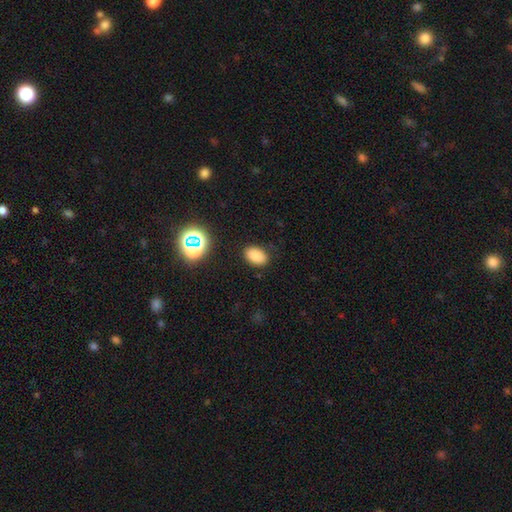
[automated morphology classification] Q: Smooth or featured?
A: smooth (82%); runner-up: star or artifact (13%)
Q: How rounded?
A: in between (85%); runner-up: round (13%)
Q: Merging?
A: none (86%); runner-up: minor disturbance (10%)